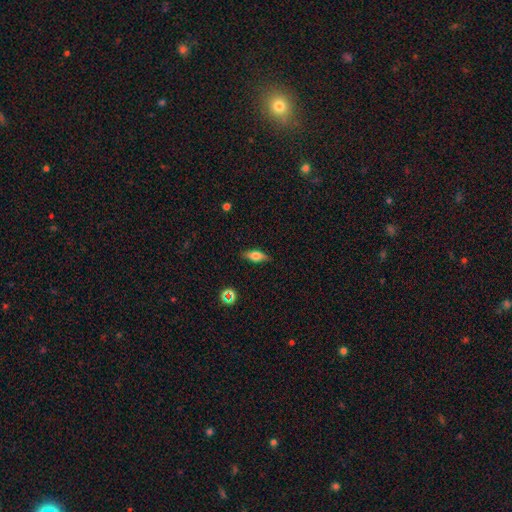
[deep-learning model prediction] This is likely a smooth galaxy (63%). How rounded: likely in between (71%). Merging: clearly none (84%).